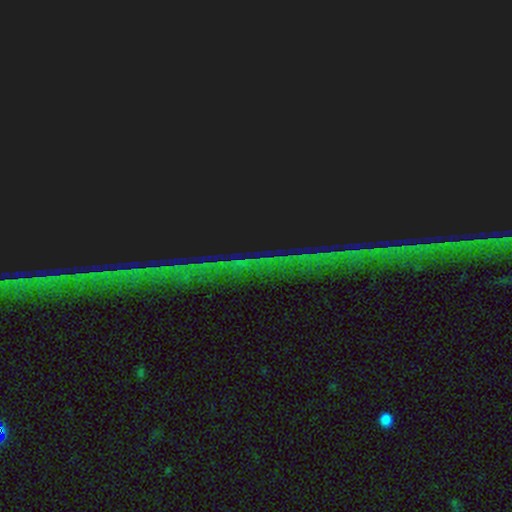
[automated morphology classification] Smooth or featured?
  - star or artifact: 84% *
  - featured or disk: 9%
  - smooth: 7%